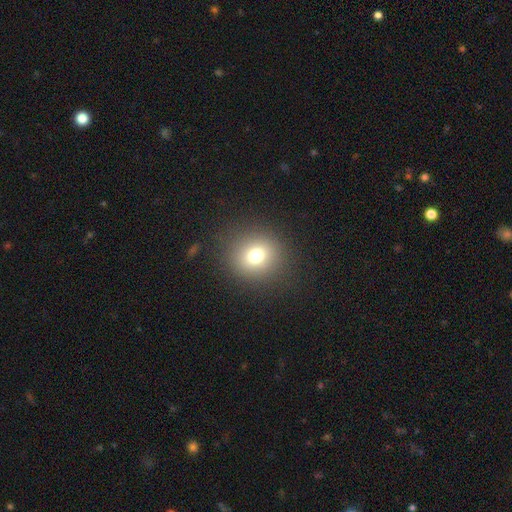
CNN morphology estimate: Smooth or featured? Predicted: smooth (p=0.75). How rounded? Predicted: round (p=0.86). Merging? Predicted: none (p=0.88).